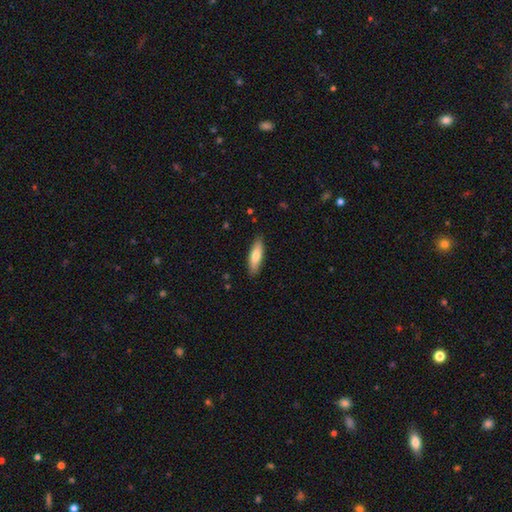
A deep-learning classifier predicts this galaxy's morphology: smooth_or_featured: smooth (p=0.75) [alt: featured or disk p=0.19]
how_rounded: cigar-shaped (p=0.50) [alt: in between p=0.49]
merging: none (p=0.87) [alt: minor disturbance p=0.10]